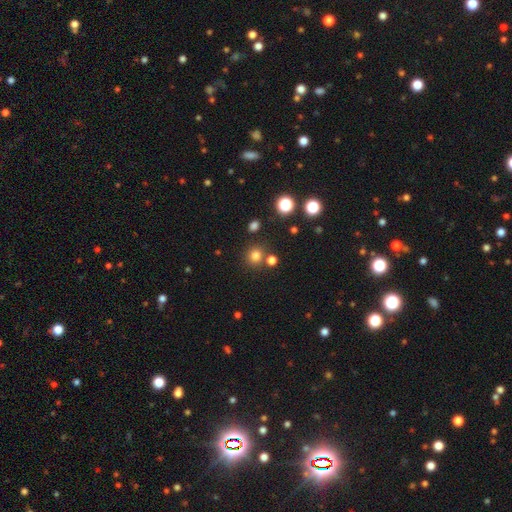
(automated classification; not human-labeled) smooth 77%, star or artifact 17%, featured or disk 6%. Down the decision tree: how rounded — round (89%); merging — none (79%).